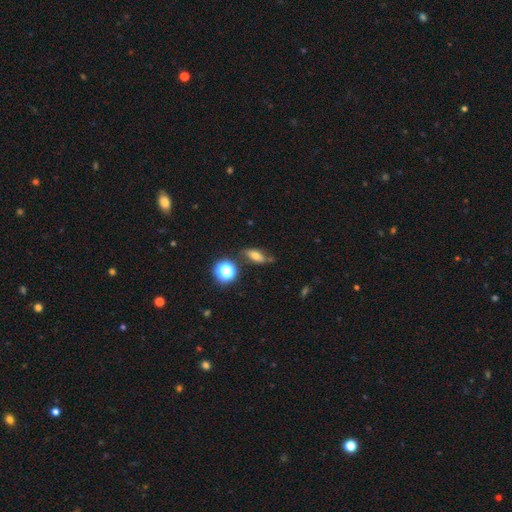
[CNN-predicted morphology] type=smooth (60%); roundness=in between (69%); merging=none (69%).